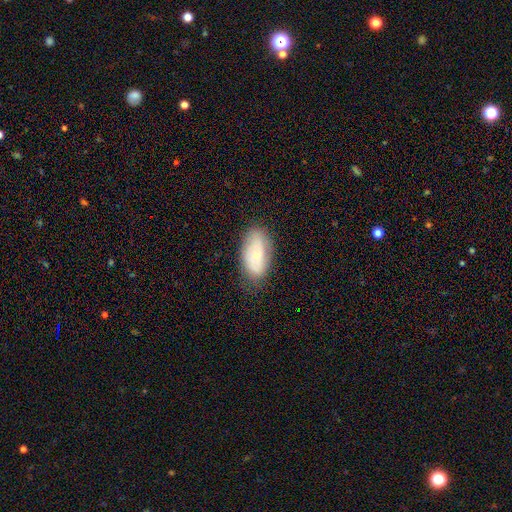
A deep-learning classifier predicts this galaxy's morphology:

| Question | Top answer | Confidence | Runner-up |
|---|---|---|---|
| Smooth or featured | smooth | 60% | featured or disk (33%) |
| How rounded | in between | 92% | cigar-shaped (5%) |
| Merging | none | 74% | minor disturbance (20%) |